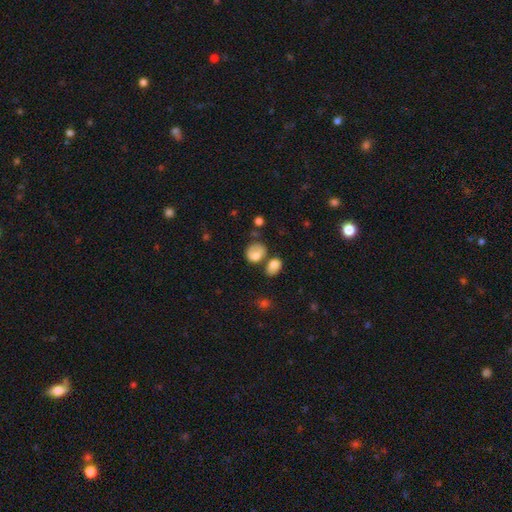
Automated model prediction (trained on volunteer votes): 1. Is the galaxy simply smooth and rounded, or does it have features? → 72% smooth, 18% featured or disk, 9% star or artifact.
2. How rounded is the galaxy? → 51% in between, 48% round, 1% cigar-shaped.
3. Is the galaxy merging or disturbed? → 40% none, 25% merger, 22% minor disturbance, 13% major disturbance.